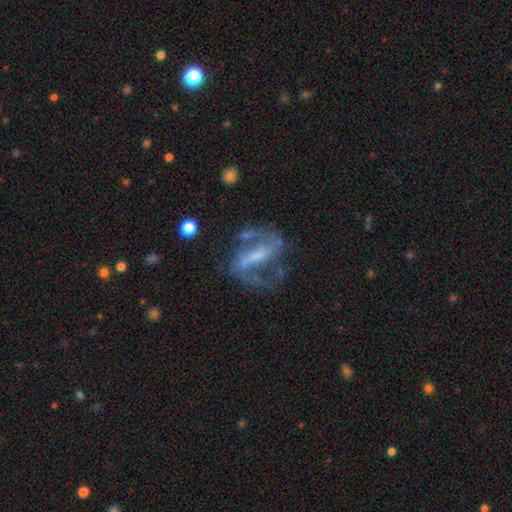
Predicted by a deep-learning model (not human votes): This appears to be a featured or disk galaxy (82%) with a strong bar (61%), 2 (88%) medium (51%) spiral arms (87%) and a small central bulge (41%). Merging: none (62%).